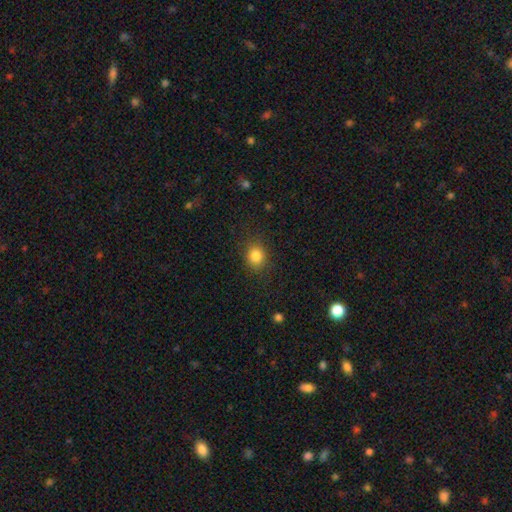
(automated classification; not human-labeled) Morphology: type=smooth (83%); roundness=round (65%); merging=none (86%).